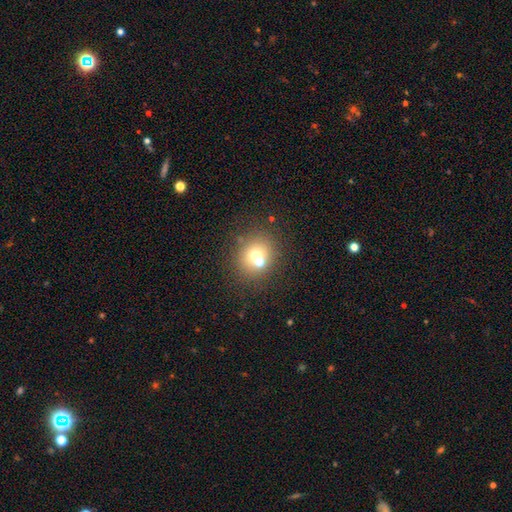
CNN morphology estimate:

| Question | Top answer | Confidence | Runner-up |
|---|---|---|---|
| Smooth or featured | smooth | 65% | featured or disk (20%) |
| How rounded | round | 82% | in between (17%) |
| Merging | none | 53% | merger (36%) |